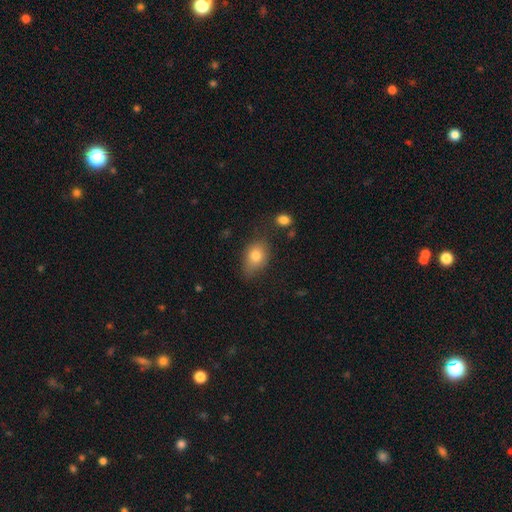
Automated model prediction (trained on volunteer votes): Q: Smooth or featured?
A: smooth (78%); runner-up: featured or disk (12%)
Q: How rounded?
A: in between (73%); runner-up: round (26%)
Q: Merging?
A: none (63%); runner-up: minor disturbance (26%)